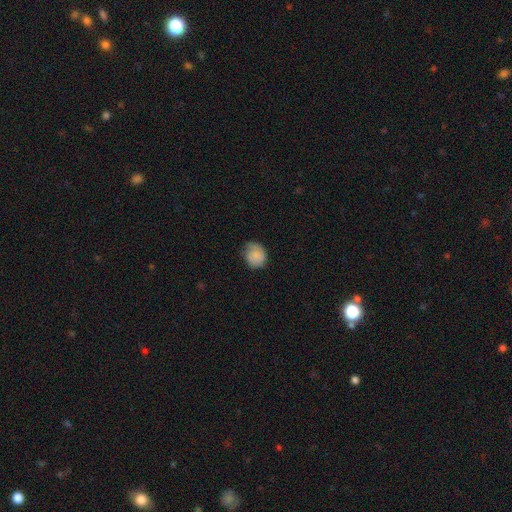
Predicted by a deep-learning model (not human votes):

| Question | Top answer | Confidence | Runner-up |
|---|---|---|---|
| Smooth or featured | smooth | 74% | featured or disk (19%) |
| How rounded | round | 69% | in between (30%) |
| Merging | none | 57% | minor disturbance (32%) |